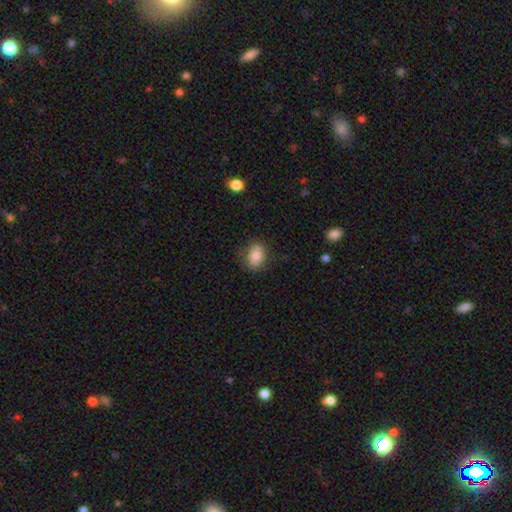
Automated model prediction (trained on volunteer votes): A smooth galaxy with no disk features (83%) that is in between round and cigar-shaped (70%). Merging: none (82%).